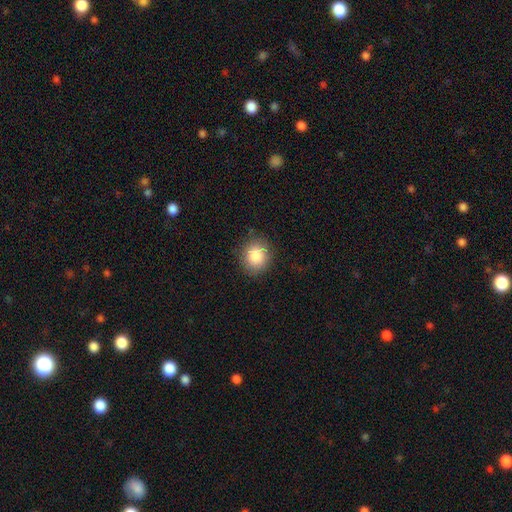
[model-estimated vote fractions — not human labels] A smooth galaxy with no disk features (86%) that is round (75%).

Vote fractions:
- Smooth or featured? smooth: 86% / star or artifact: 8% / featured or disk: 5%
- How rounded? round: 75% / in between: 24% / cigar-shaped: 1%
- Merging? none: 85% / minor disturbance: 11% / major disturbance: 3% / merger: 1%